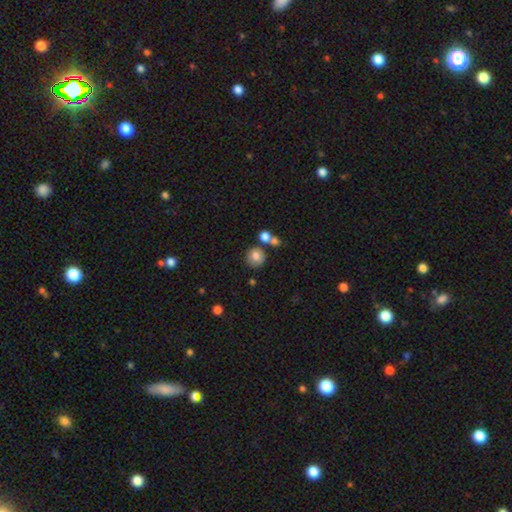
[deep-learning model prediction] This appears to be a smooth galaxy with no disk features (79%) that is round (89%). Merging: none (66%).